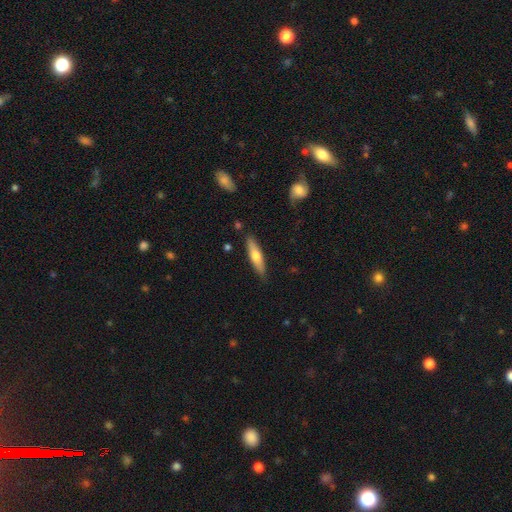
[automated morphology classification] smooth-or-featured: smooth: 57% | featured or disk: 38% | star or artifact: 6%
  how-rounded: cigar-shaped: 74% | in between: 24% | round: 2%
  merging: none: 86% | minor disturbance: 10% | major disturbance: 2% | merger: 2%